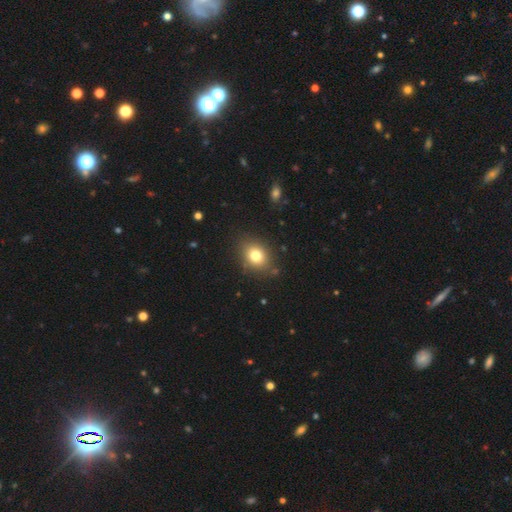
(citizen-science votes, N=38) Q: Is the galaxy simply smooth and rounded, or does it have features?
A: smooth — 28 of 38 (74%).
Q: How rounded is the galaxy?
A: in between — 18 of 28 (64%).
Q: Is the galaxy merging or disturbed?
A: none — 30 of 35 (86%).